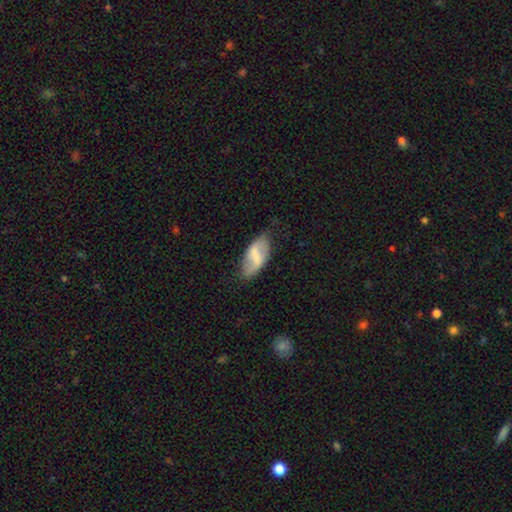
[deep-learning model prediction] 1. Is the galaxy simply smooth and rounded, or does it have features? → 47% smooth, 46% featured or disk, 7% star or artifact.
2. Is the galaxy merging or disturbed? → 67% none, 24% minor disturbance, 7% major disturbance, 2% merger.